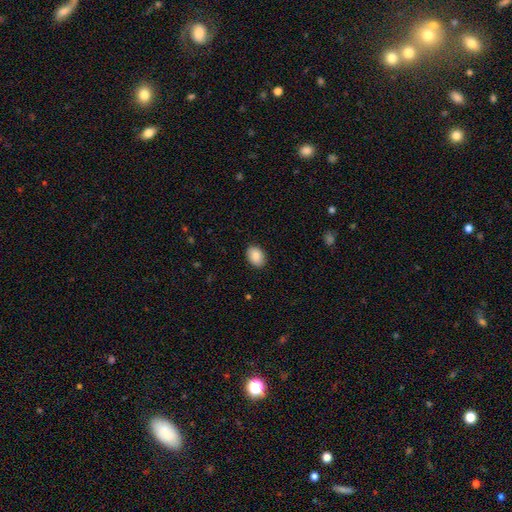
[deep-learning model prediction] Smooth or featured? Predicted: smooth (p=0.88). How rounded? Predicted: in between (p=0.80). Merging? Predicted: none (p=0.88).